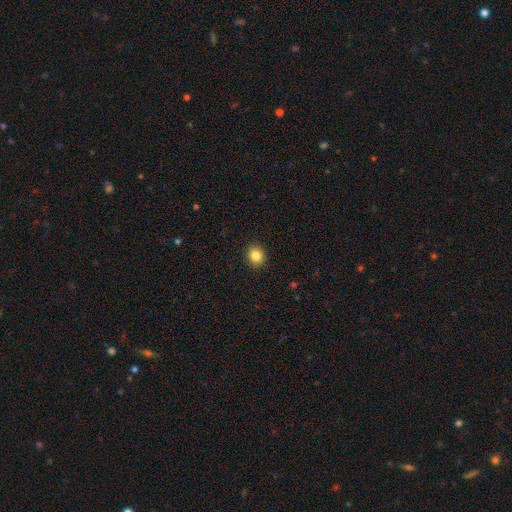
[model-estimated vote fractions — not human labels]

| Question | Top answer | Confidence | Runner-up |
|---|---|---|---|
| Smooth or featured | smooth | 85% | star or artifact (10%) |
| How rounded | round | 72% | in between (27%) |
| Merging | none | 92% | minor disturbance (6%) |